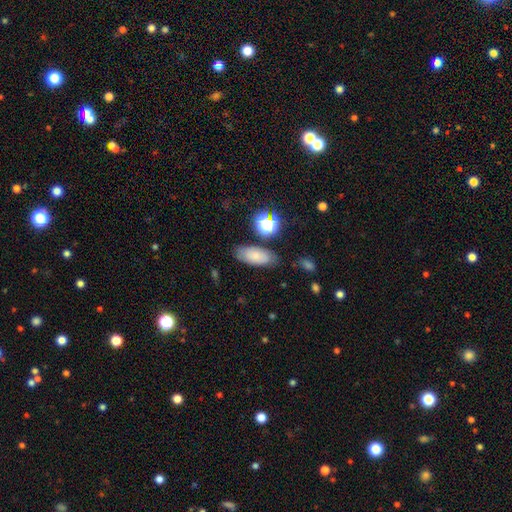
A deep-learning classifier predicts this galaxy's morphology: smooth_or_featured: smooth (p=0.71) [alt: featured or disk p=0.16]
how_rounded: in between (p=0.84) [alt: cigar-shaped p=0.11]
merging: none (p=0.74) [alt: minor disturbance p=0.16]